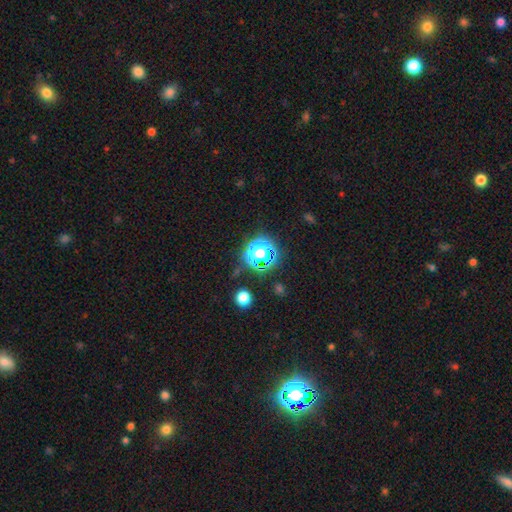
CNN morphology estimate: star or artifact 59%, smooth 32%, featured or disk 9%.